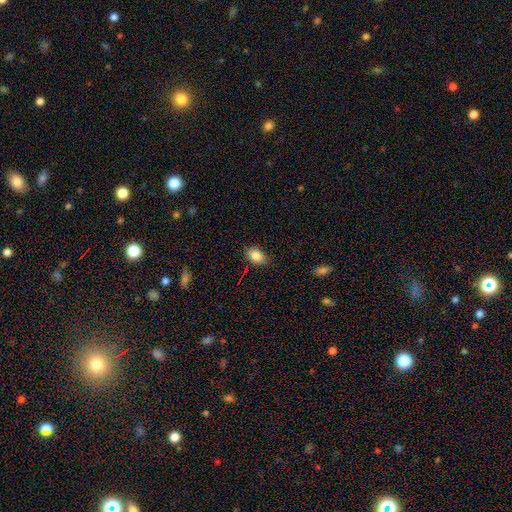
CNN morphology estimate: Smooth or featured: smooth — 84% (star or artifact — 9%)
How rounded: in between — 80% (round — 18%)
Merging: none — 78% (minor disturbance — 17%)